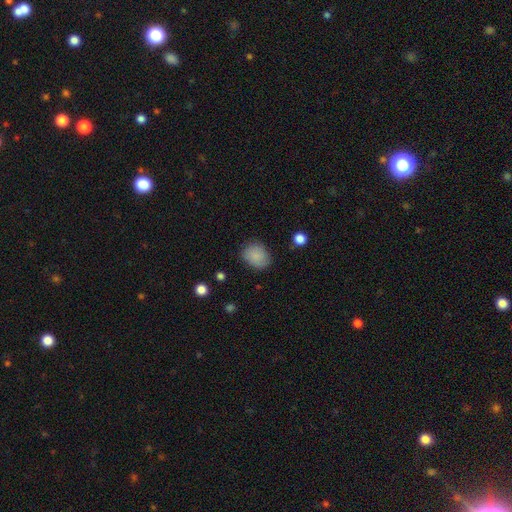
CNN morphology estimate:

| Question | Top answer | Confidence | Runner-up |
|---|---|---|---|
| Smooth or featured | smooth | 85% | star or artifact (9%) |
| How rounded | round | 54% | in between (45%) |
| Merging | none | 77% | minor disturbance (17%) |